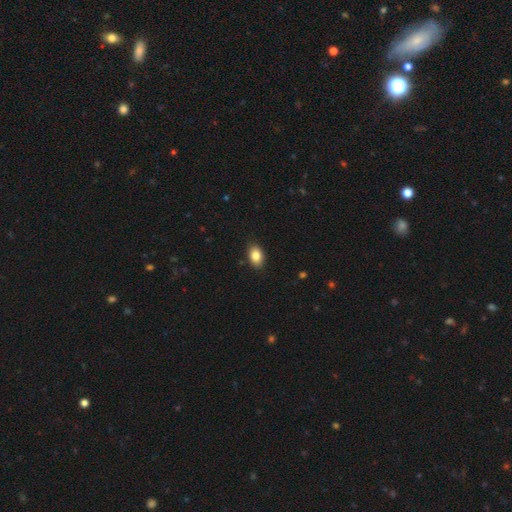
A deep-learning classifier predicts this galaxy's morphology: smooth_or_featured: smooth (p=0.85) [alt: star or artifact p=0.08]
how_rounded: in between (p=0.87) [alt: round p=0.11]
merging: none (p=0.89) [alt: minor disturbance p=0.08]